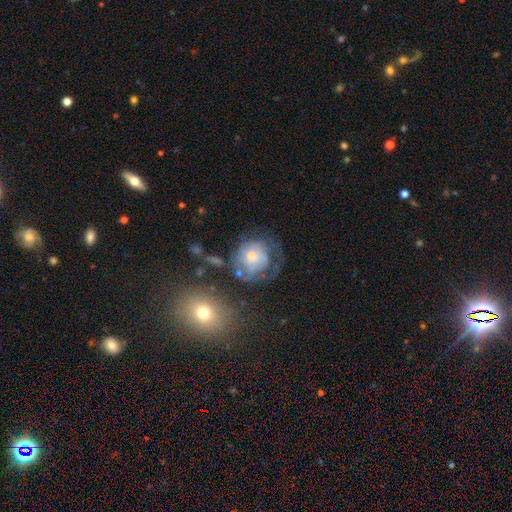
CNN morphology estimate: Q: Smooth or featured?
A: featured or disk (51%); runner-up: smooth (37%)
Q: Edge-on disk?
A: no (96%); runner-up: yes (4%)
Q: Merging?
A: none (43%); runner-up: major disturbance (27%)